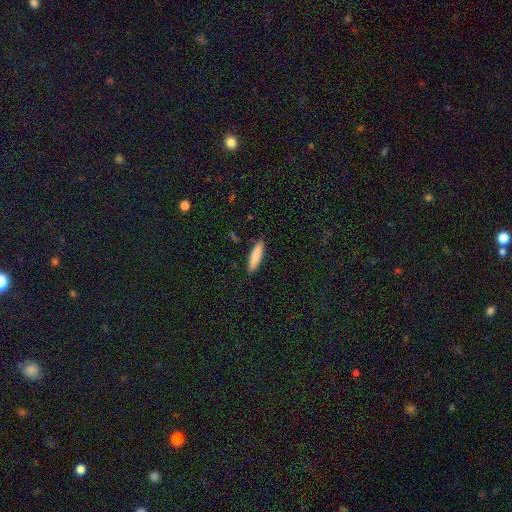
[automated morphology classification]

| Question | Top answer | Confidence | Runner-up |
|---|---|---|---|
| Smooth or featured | smooth | 84% | featured or disk (10%) |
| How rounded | cigar-shaped | 80% | in between (18%) |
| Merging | none | 89% | minor disturbance (8%) |